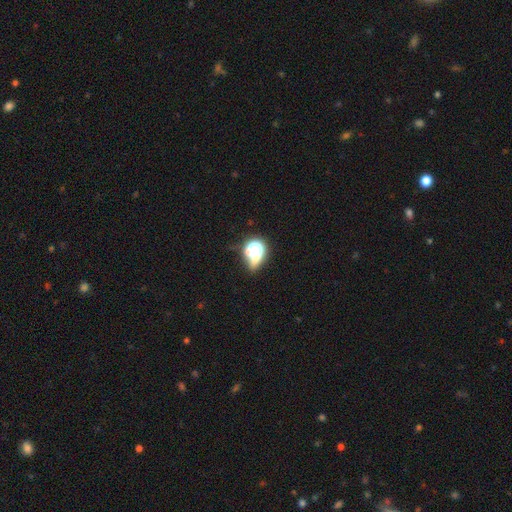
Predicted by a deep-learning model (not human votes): A smooth galaxy with no disk features (52%) that is in between round and cigar-shaped (58%).

Vote fractions:
- Smooth or featured? smooth: 52% / star or artifact: 27% / featured or disk: 21%
- How rounded? in between: 58% / round: 36% / cigar-shaped: 7%
- Merging? none: 40% / merger: 21% / major disturbance: 21% / minor disturbance: 19%